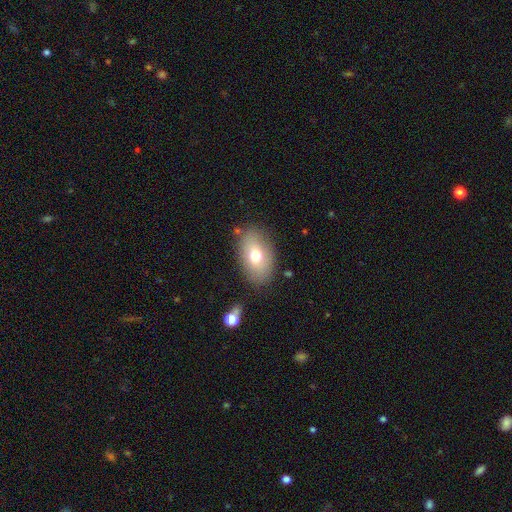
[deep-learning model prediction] Smooth or featured? Predicted: smooth (p=0.71). How rounded? Predicted: in between (p=0.89). Merging? Predicted: none (p=0.81).